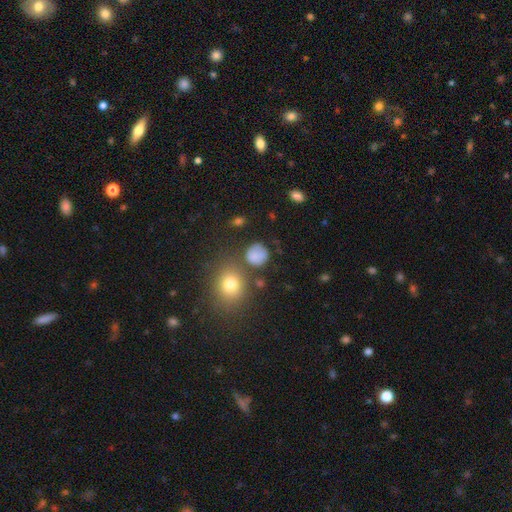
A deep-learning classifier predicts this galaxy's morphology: Smooth or featured: smooth — 79% (star or artifact — 13%)
How rounded: round — 86% (in between — 13%)
Merging: none — 73% (minor disturbance — 16%)